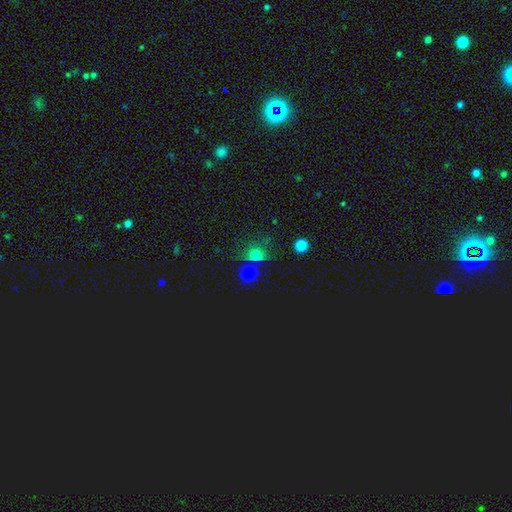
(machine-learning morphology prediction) smooth_or_featured: smooth (p=0.68) [alt: star or artifact p=0.24]
how_rounded: round (p=0.86) [alt: in between p=0.13]
merging: none (p=0.67) [alt: merger p=0.16]